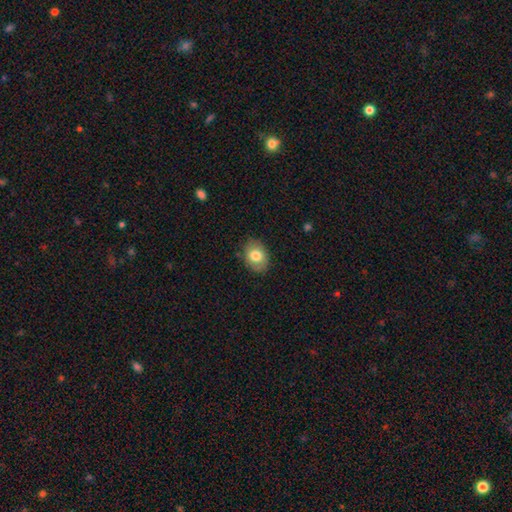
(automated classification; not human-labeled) Overall: smooth (78%). How rounded: in between (73%). Merging: none (85%).